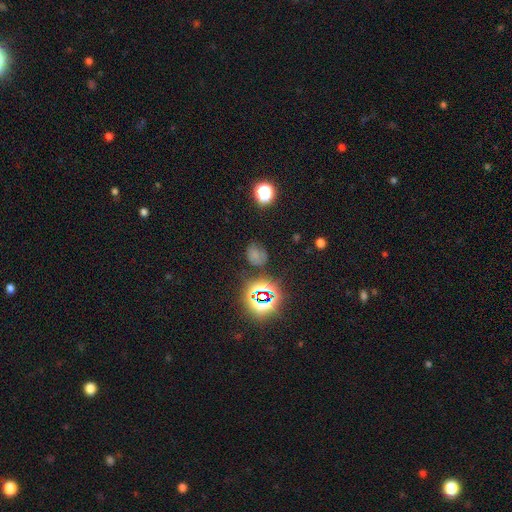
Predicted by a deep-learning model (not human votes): Morphology: type=smooth (54%); roundness=round (59%); merging=none (61%).